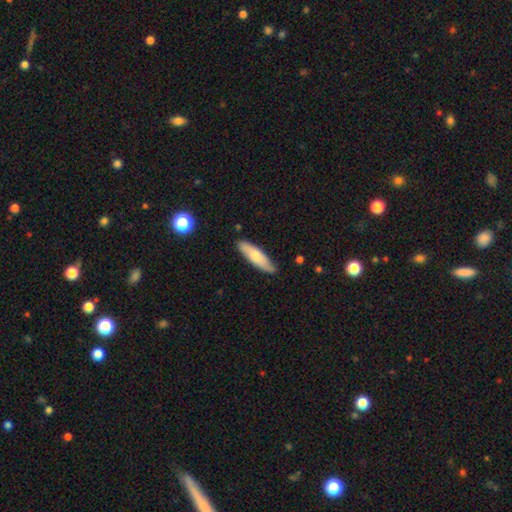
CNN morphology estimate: Smooth or featured? Predicted: smooth (p=0.66). How rounded? Predicted: cigar-shaped (p=0.59). Merging? Predicted: none (p=0.80).